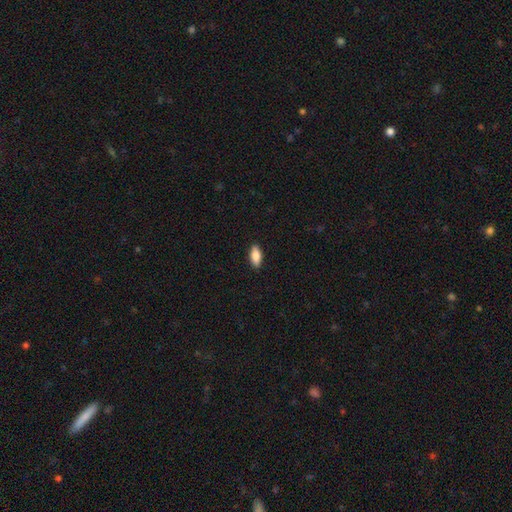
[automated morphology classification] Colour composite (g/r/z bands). It shows a smooth galaxy with no disk features (84%) that is in between round and cigar-shaped (83%). Merging: none (90%).